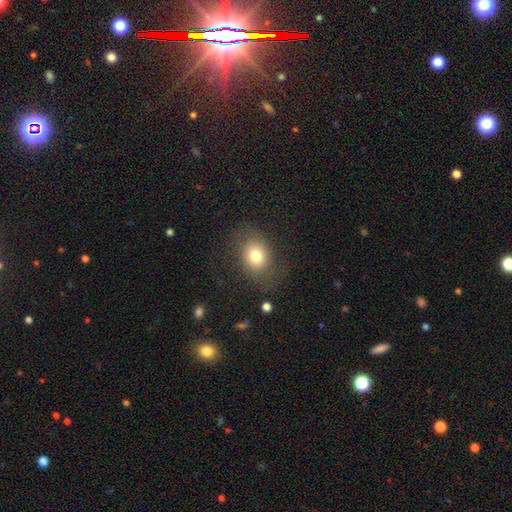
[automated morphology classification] Smooth or featured? smooth (73%)
How rounded? in between (58%)
Merging? none (68%)